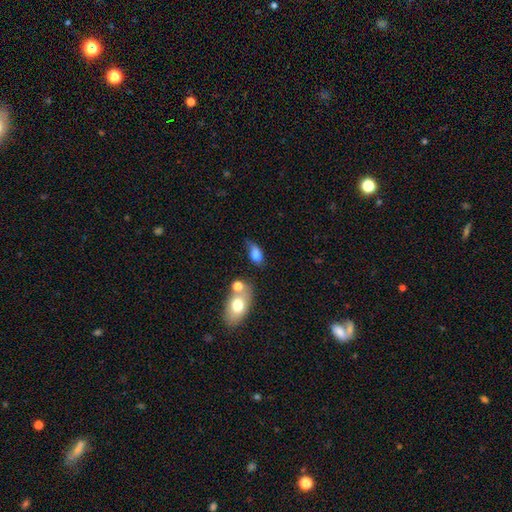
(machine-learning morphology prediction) Smooth or featured? Predicted: smooth (p=0.76). How rounded? Predicted: in between (p=0.85). Merging? Predicted: none (p=0.46).